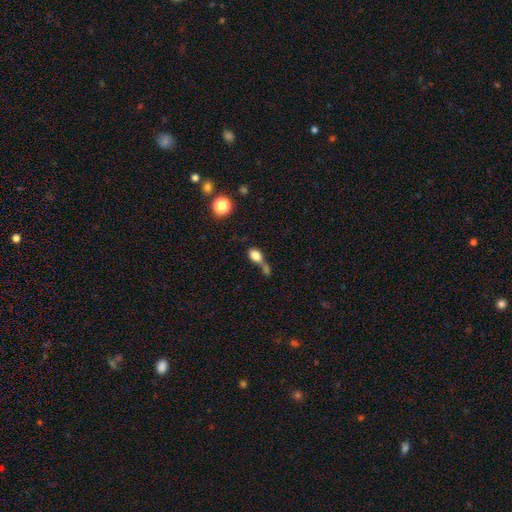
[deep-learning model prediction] smooth_or_featured: smooth (p=0.79) [alt: featured or disk p=0.11]
how_rounded: in between (p=0.76) [alt: round p=0.20]
merging: merger (p=0.48) [alt: none p=0.30]